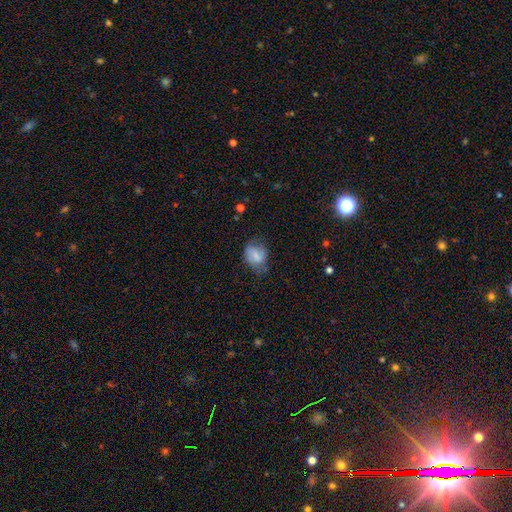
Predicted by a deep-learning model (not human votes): Morphology: type=smooth (69%); roundness=in between (54%); merging=none (53%).